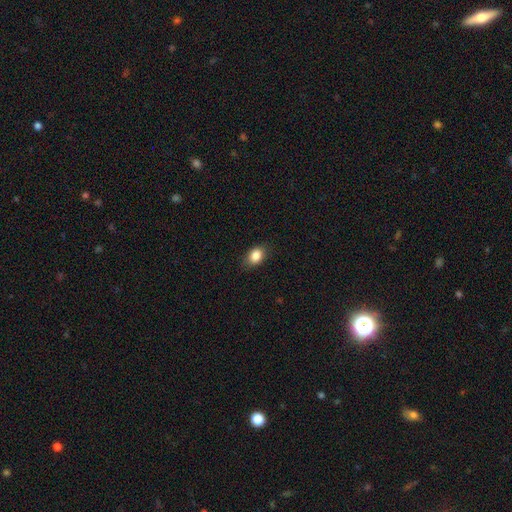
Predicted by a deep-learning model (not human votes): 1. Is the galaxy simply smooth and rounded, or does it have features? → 85% smooth, 9% star or artifact, 6% featured or disk.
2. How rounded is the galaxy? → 73% in between, 25% round, 2% cigar-shaped.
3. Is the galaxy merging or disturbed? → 82% none, 14% minor disturbance, 3% major disturbance, 1% merger.